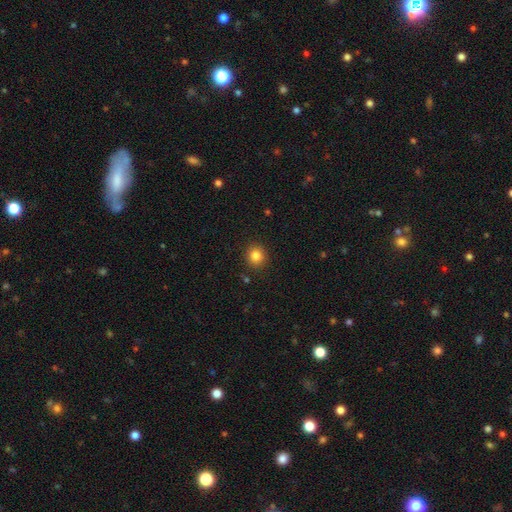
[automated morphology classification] The model was most divided on "smooth or featured": smooth: 84%, star or artifact: 11%, featured or disk: 5%. More confident: merging — none (90%); how rounded — round (86%).